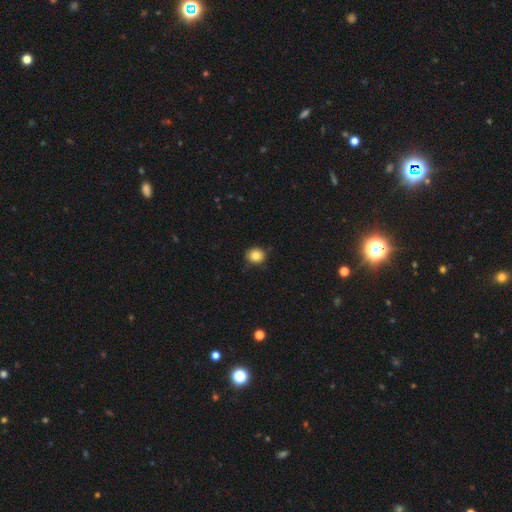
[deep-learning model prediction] The model was most divided on "how rounded": round: 82%, in between: 17%, cigar-shaped: 1%. More confident: smooth or featured — smooth (83%); merging — none (82%).